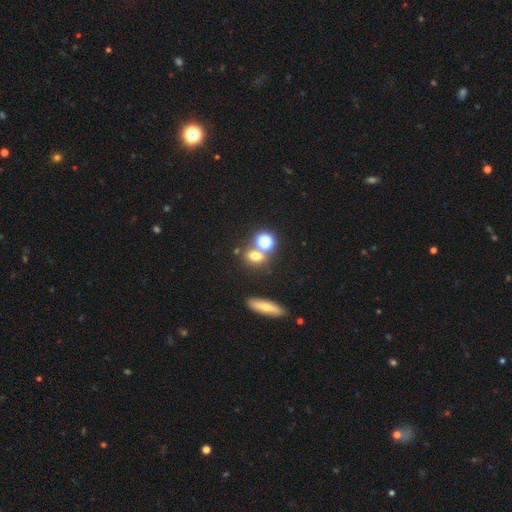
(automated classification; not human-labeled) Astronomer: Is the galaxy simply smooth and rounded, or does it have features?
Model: smooth — 63%.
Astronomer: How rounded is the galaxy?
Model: round — 51% (runner-up: in between, 44%).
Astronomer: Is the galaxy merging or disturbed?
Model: none — 65%.